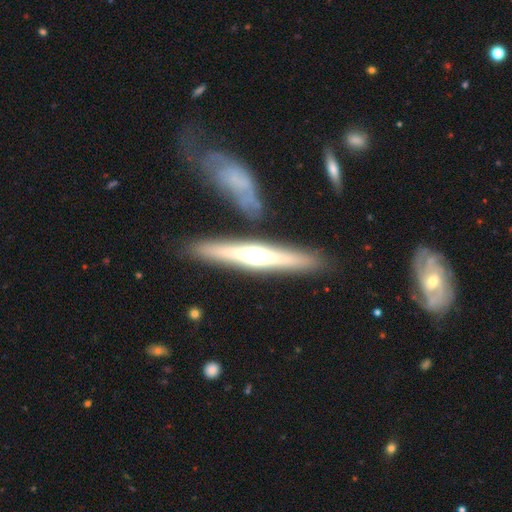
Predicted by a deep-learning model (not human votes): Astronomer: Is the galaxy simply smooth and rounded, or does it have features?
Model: featured or disk — 65%.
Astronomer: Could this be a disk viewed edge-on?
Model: yes — 95%.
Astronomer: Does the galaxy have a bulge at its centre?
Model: rounded — 87%.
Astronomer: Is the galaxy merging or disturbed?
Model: none — 84%.